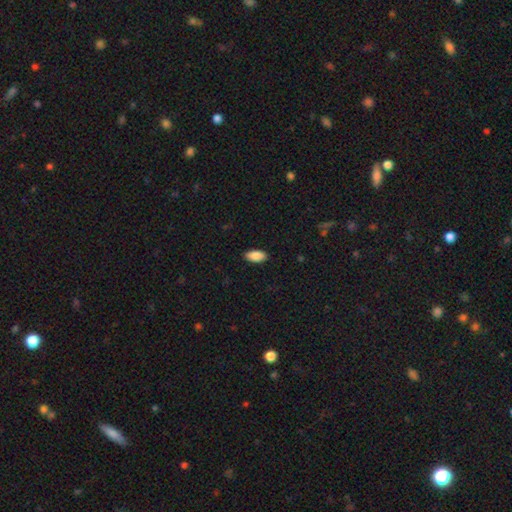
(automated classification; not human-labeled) Morphology: type=smooth (89%); roundness=in between (92%); merging=none (89%).